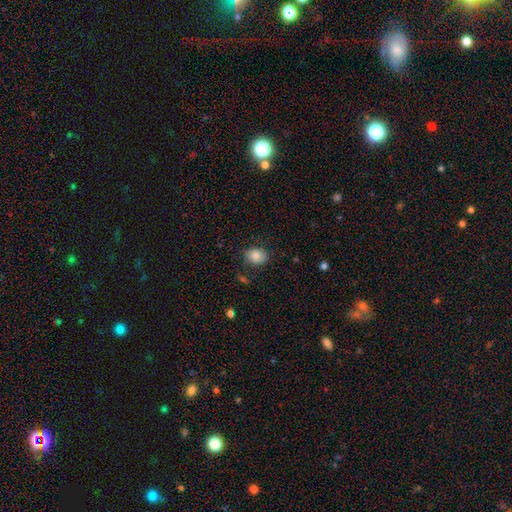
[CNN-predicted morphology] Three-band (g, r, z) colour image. It shows a smooth galaxy with no disk features (85%) that is in between round and cigar-shaped (54%). Merging: none (80%).